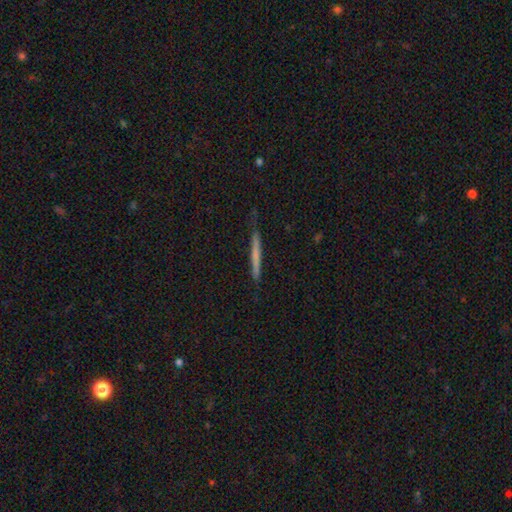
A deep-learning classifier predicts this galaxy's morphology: A smooth galaxy with no disk features (56%) that is cigar-shaped (96%).

Vote fractions:
- Smooth or featured? smooth: 56% / featured or disk: 37% / star or artifact: 7%
- How rounded? cigar-shaped: 96% / in between: 2% / round: 2%
- Merging? none: 80% / minor disturbance: 15% / major disturbance: 3% / merger: 2%